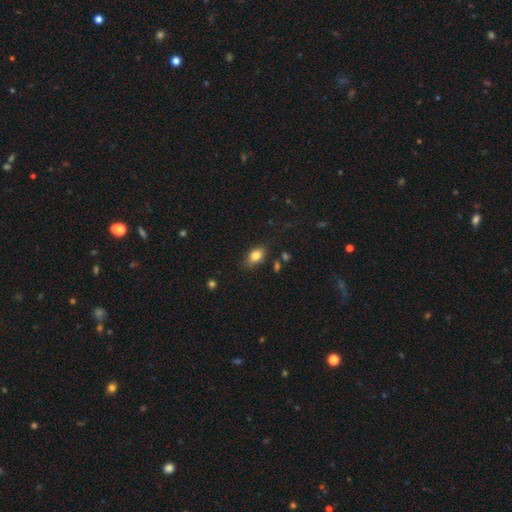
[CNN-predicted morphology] Q: Smooth or featured?
A: smooth (81%); runner-up: featured or disk (10%)
Q: How rounded?
A: in between (84%); runner-up: round (12%)
Q: Merging?
A: none (77%); runner-up: minor disturbance (16%)